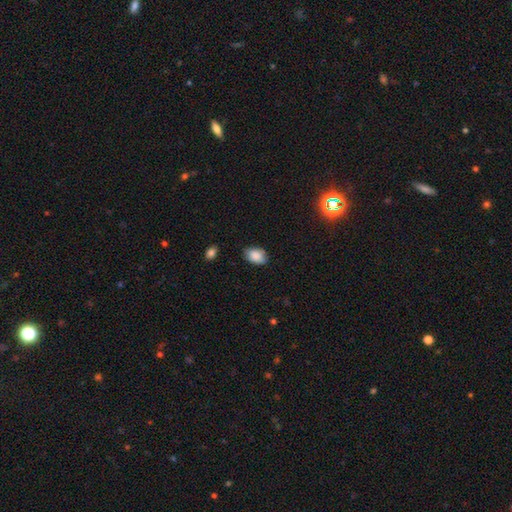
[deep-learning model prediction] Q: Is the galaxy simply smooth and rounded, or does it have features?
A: smooth — 87%.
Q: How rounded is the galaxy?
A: in between — 84%.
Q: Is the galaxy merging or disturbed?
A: none — 76%.